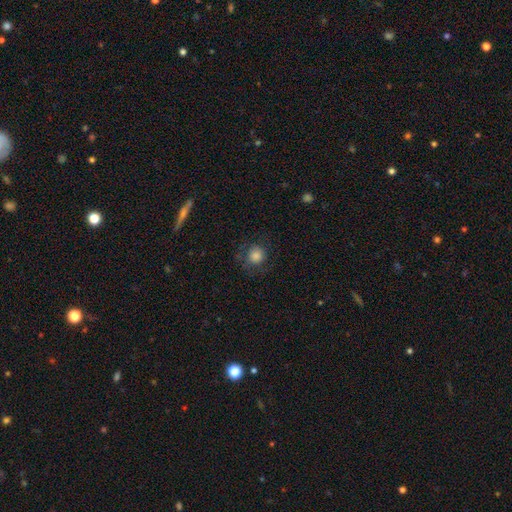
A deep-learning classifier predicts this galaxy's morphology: Smooth or featured? smooth (76%)
How rounded? round (90%)
Merging? none (72%)